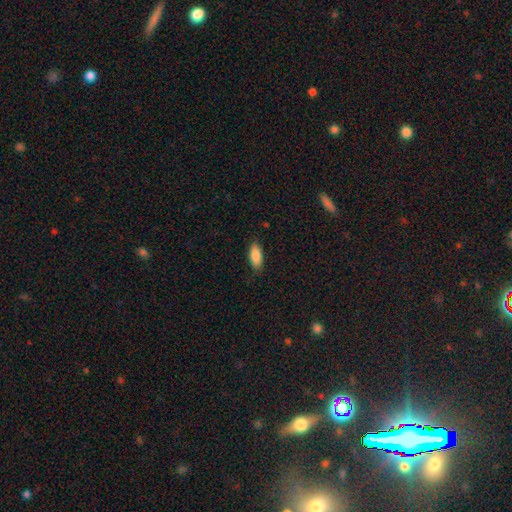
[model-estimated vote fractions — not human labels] smooth 87%, featured or disk 7%, star or artifact 6%. Down the decision tree: how rounded — in between (81%); merging — none (84%).